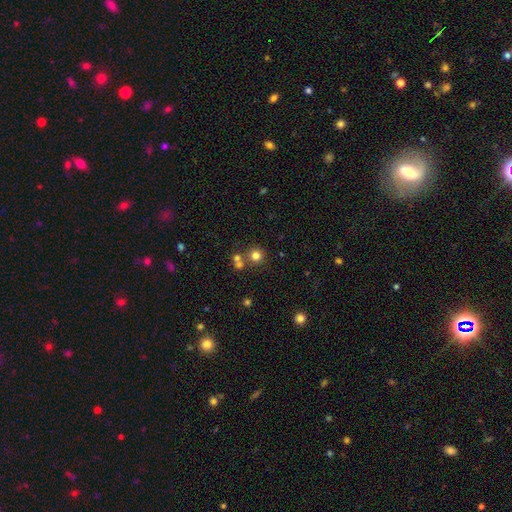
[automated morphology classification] This appears to be a smooth galaxy with no disk features (74%) that is round (92%). Merging: none (69%).